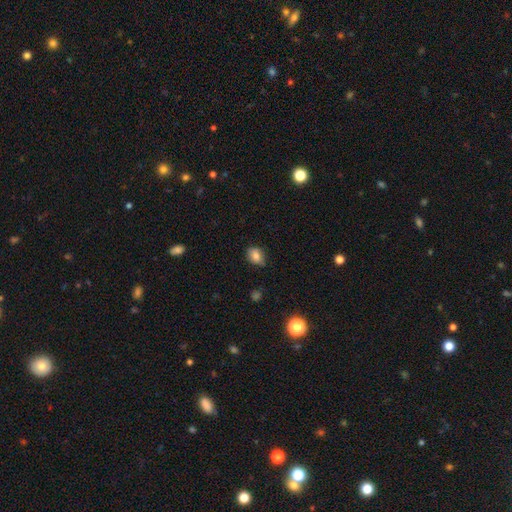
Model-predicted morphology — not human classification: A smooth galaxy with no disk features (81%) that is in between round and cigar-shaped (61%). Merging: none (74%).